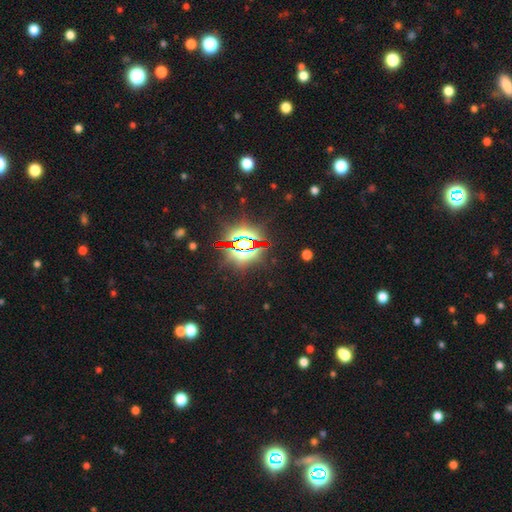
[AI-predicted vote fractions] Q: Smooth or featured?
A: star or artifact (84%); runner-up: smooth (9%)